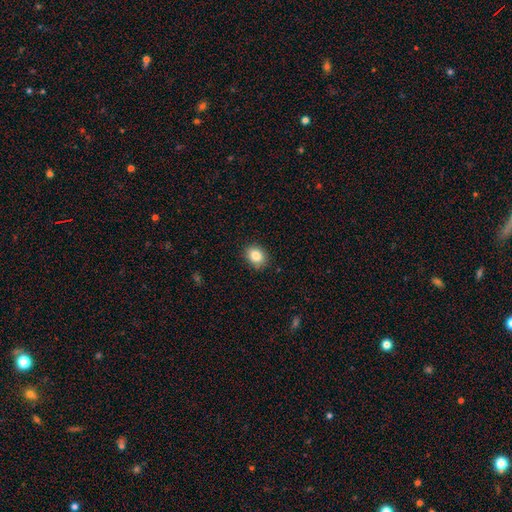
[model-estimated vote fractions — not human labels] This appears to be a smooth galaxy with no disk features (84%) that is in between round and cigar-shaped (57%). Merging: none (87%).